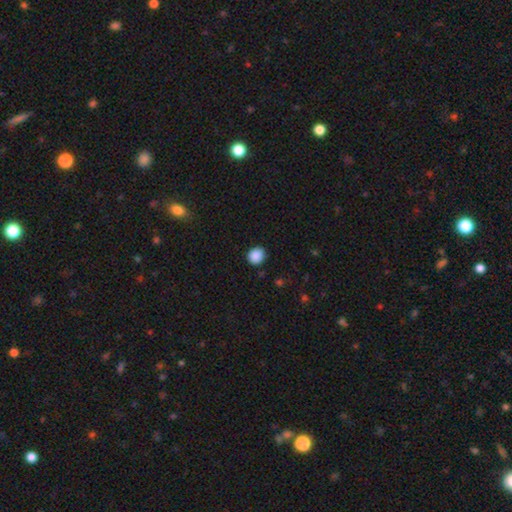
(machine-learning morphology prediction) smooth 89%, star or artifact 9%, featured or disk 3%. Down the decision tree: how rounded — round (80%); merging — none (89%).